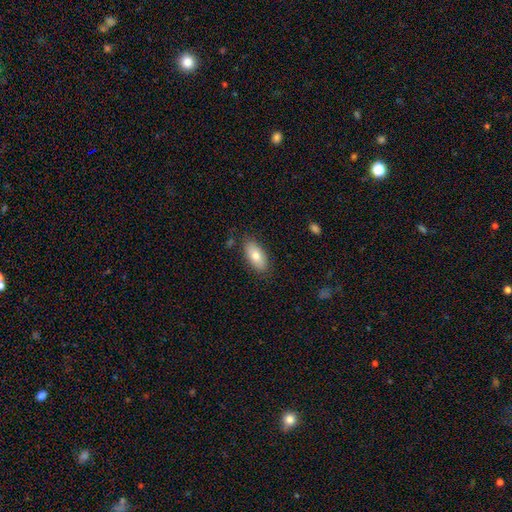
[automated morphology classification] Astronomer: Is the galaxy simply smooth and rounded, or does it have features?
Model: smooth — 78%.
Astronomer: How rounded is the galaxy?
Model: in between — 91%.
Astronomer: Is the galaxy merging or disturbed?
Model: none — 83%.